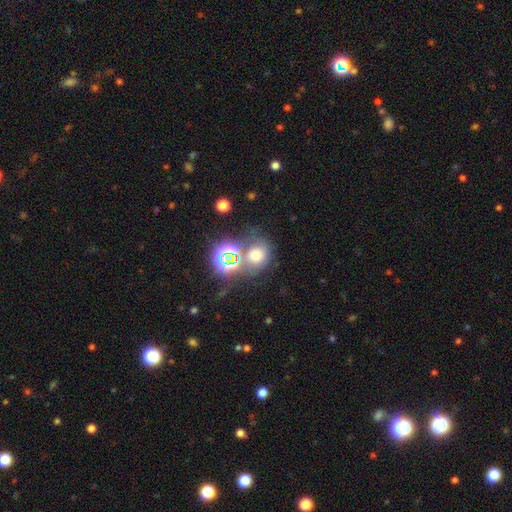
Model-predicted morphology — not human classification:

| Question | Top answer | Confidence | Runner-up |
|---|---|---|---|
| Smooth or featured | smooth | 55% | star or artifact (31%) |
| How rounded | round | 73% | in between (26%) |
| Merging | none | 53% | merger (27%) |